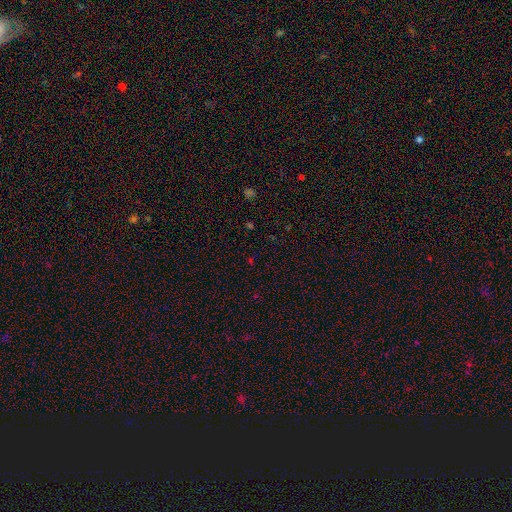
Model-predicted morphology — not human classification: Smooth or featured? Predicted: star or artifact (p=0.61).